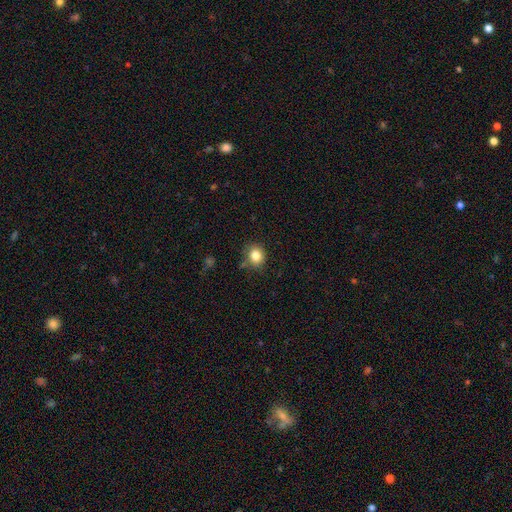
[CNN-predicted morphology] smooth_or_featured: smooth (p=0.82) [alt: star or artifact p=0.11]
how_rounded: round (p=0.77) [alt: in between p=0.22]
merging: none (p=0.80) [alt: minor disturbance p=0.13]